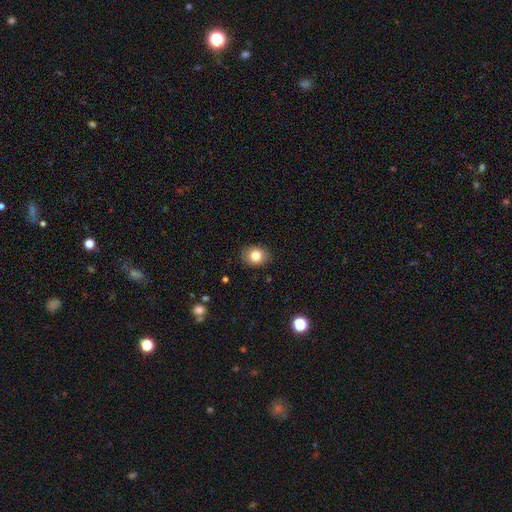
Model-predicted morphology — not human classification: smooth_or_featured: smooth (p=0.82) [alt: star or artifact p=0.10]
how_rounded: round (p=0.55) [alt: in between p=0.44]
merging: none (p=0.88) [alt: minor disturbance p=0.09]